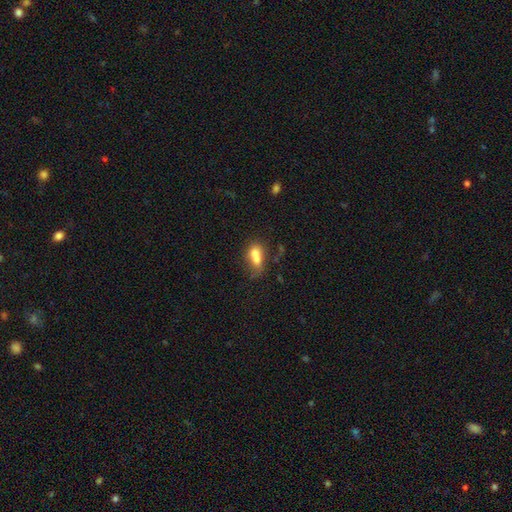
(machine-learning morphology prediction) This appears to be a smooth galaxy with no disk features (67%) that is in between round and cigar-shaped (68%). Merging: merger (56%).